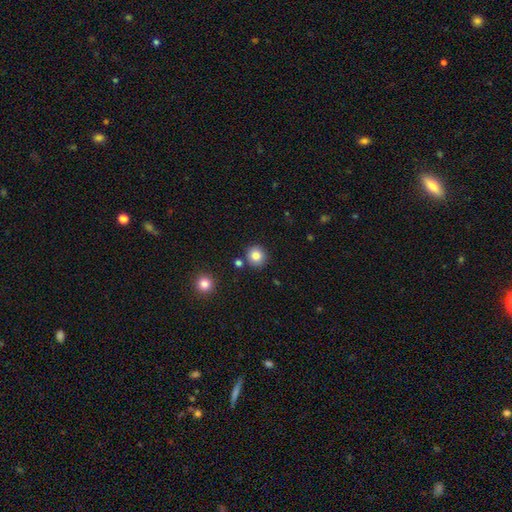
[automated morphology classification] Smooth or featured? smooth (84%)
How rounded? round (91%)
Merging? none (85%)